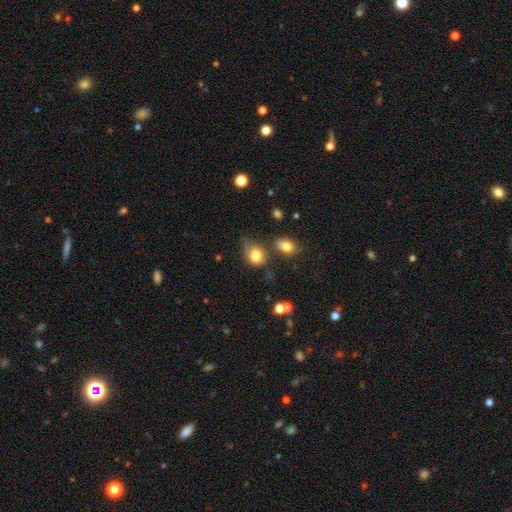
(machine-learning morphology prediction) type=smooth (81%); roundness=in between (53%); merging=none (42%).